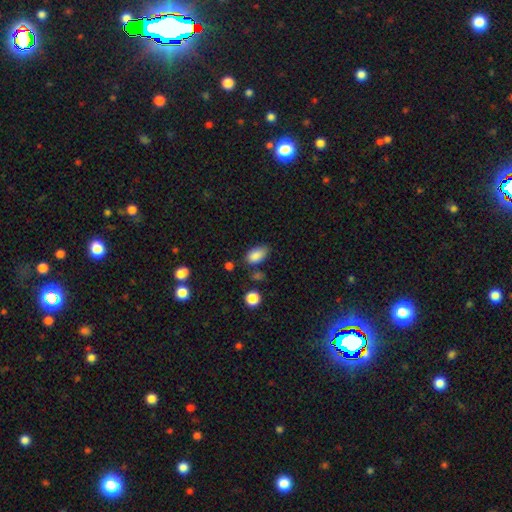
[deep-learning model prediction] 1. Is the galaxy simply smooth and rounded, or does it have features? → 86% smooth, 9% star or artifact, 5% featured or disk.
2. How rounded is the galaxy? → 91% in between, 7% round, 2% cigar-shaped.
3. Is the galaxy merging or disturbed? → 66% none, 23% minor disturbance, 5% merger, 5% major disturbance.